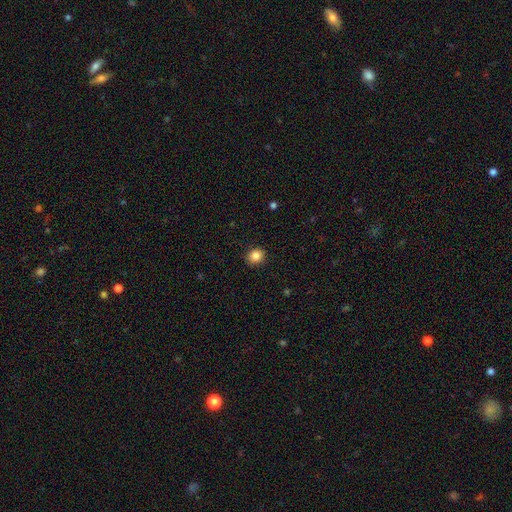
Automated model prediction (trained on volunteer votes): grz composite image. It shows a smooth galaxy with no disk features (85%) that is round (76%). Merging: none (90%).